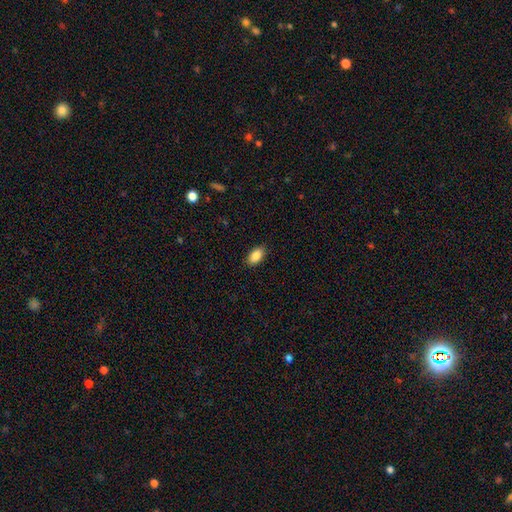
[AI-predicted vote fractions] smooth 88%, star or artifact 7%, featured or disk 5%. Down the decision tree: how rounded — in between (93%); merging — none (88%).